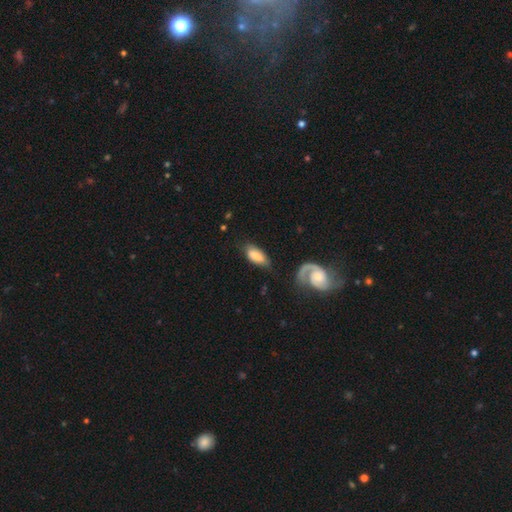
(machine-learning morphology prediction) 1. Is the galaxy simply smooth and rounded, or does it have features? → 71% smooth, 22% featured or disk, 6% star or artifact.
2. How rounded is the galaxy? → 88% in between, 9% cigar-shaped, 3% round.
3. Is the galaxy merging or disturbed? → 62% none, 23% minor disturbance, 10% major disturbance, 5% merger.